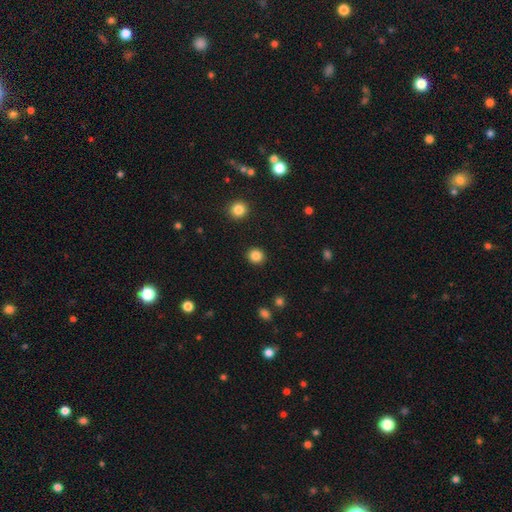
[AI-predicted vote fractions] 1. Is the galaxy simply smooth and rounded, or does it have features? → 85% smooth, 11% star or artifact, 4% featured or disk.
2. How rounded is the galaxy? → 88% round, 11% in between, 1% cigar-shaped.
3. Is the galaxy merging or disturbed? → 91% none, 5% minor disturbance, 2% major disturbance, 1% merger.